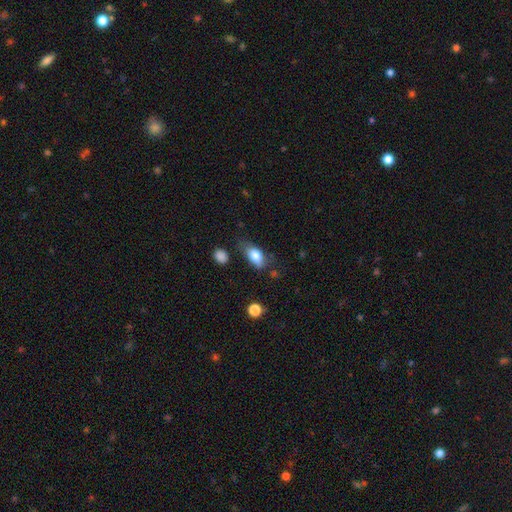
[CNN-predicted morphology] Overall: smooth (79%). How rounded: in between (86%). Merging: none (50%; minor disturbance 33%).